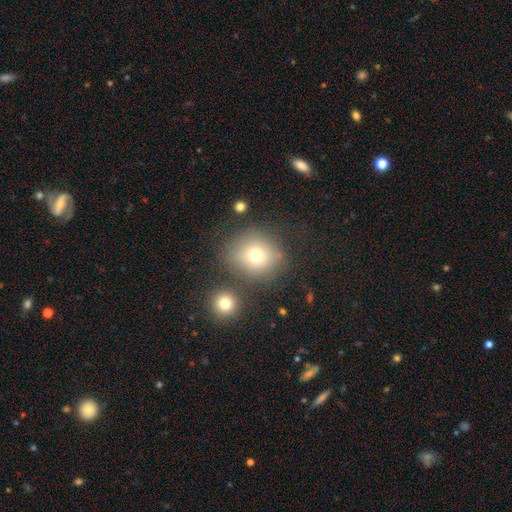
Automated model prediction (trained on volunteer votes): Smooth or featured? Predicted: smooth (p=0.71). How rounded? Predicted: round (p=0.80). Merging? Predicted: none (p=0.70).